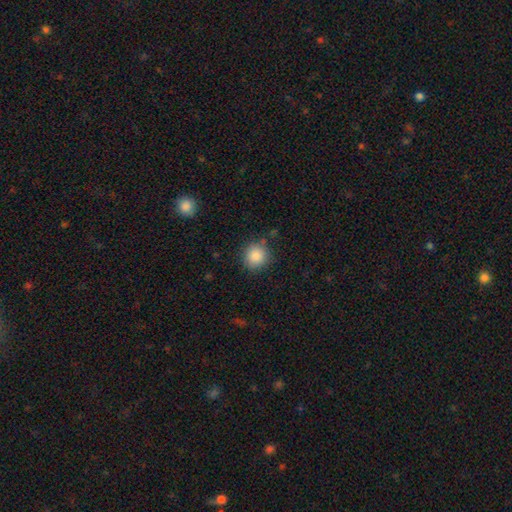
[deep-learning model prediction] A smooth galaxy with no disk features (87%) that is round (91%). Merging: none (83%).